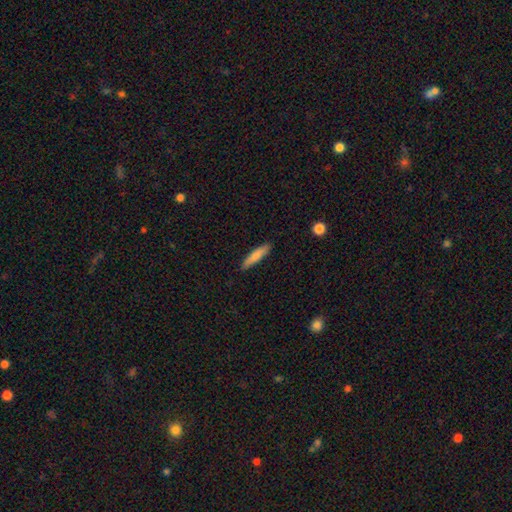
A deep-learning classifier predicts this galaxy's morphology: Smooth or featured? Predicted: smooth (p=0.78). How rounded? Predicted: cigar-shaped (p=0.84). Merging? Predicted: none (p=0.88).